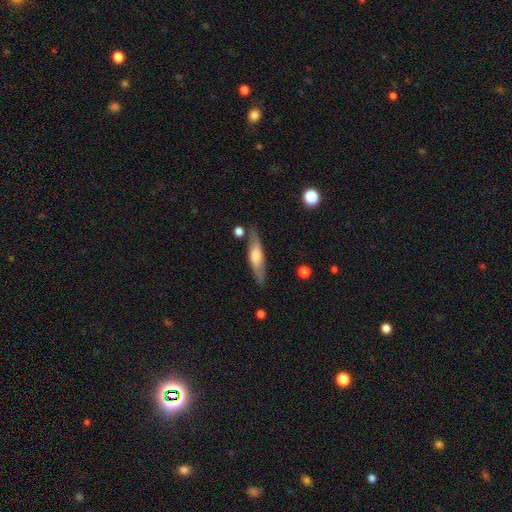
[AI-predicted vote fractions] This is possibly a featured or disk galaxy (48%). Merging: clearly none (82%).